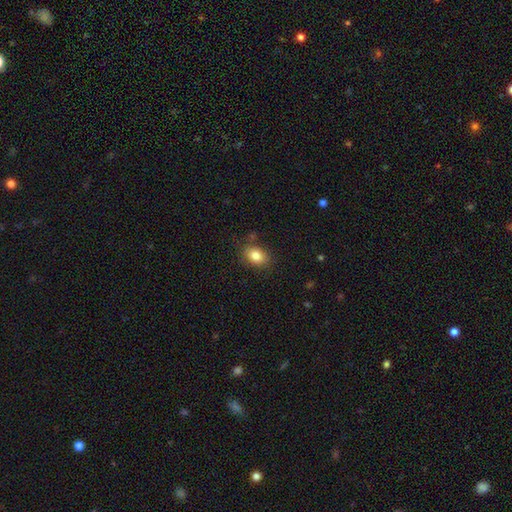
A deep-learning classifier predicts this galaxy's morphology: Smooth or featured? Predicted: smooth (p=0.84). How rounded? Predicted: in between (p=0.73). Merging? Predicted: none (p=0.81).